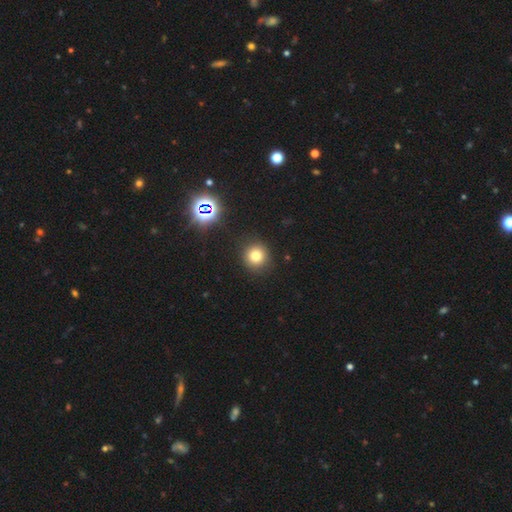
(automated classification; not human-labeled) A smooth galaxy with no disk features (75%) that is round (92%). Merging: none (89%).